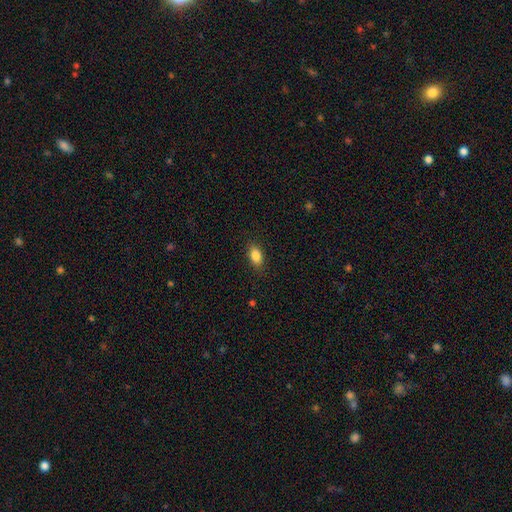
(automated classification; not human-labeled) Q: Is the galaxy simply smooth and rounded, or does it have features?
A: smooth — 86%.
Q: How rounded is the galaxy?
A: in between — 88%.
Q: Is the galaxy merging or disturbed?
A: none — 87%.